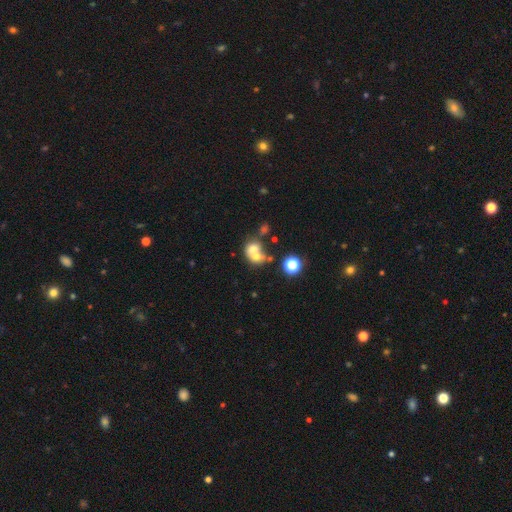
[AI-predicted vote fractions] Smooth or featured?
  - smooth: 61% *
  - featured or disk: 25%
  - star or artifact: 14%
How rounded?
  - round: 62% *
  - in between: 37%
  - cigar-shaped: 1%
Merging?
  - merger: 67% *
  - none: 21%
  - minor disturbance: 7%
  - major disturbance: 5%